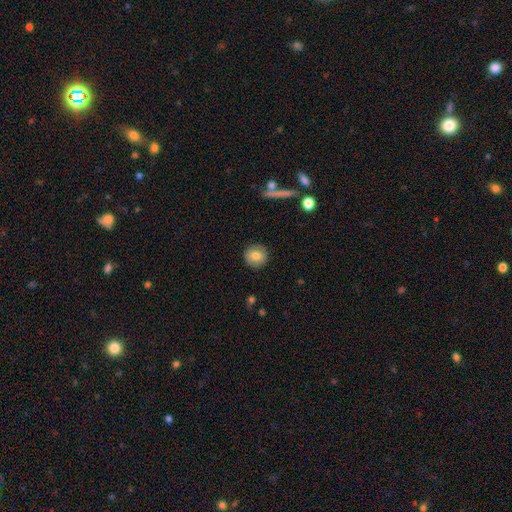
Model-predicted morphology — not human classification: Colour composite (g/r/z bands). It shows a smooth galaxy with no disk features (77%) that is round (91%). Merging: none (88%).